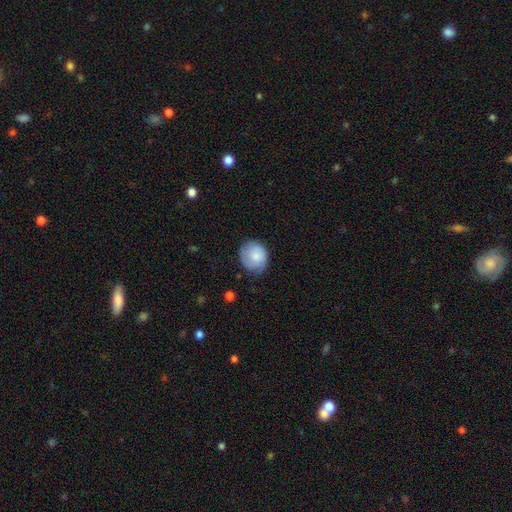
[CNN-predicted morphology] This appears to be a smooth galaxy with no disk features (76%) that is round (74%). Merging: none (71%).